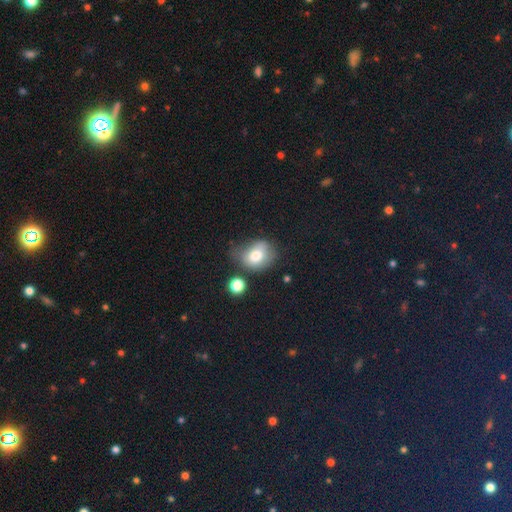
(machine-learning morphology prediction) The model was most divided on "merging": none: 40%, minor disturbance: 35%, major disturbance: 16%, merger: 9%. More confident: smooth or featured — smooth (73%); how rounded — in between (55%).